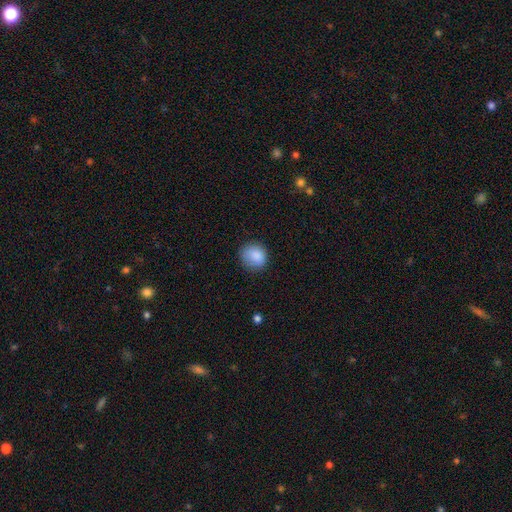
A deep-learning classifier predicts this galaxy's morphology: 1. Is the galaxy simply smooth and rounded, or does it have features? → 87% smooth, 8% star or artifact, 5% featured or disk.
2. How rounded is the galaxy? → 77% round, 22% in between, 1% cigar-shaped.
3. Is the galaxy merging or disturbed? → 78% none, 17% minor disturbance, 4% major disturbance, 1% merger.